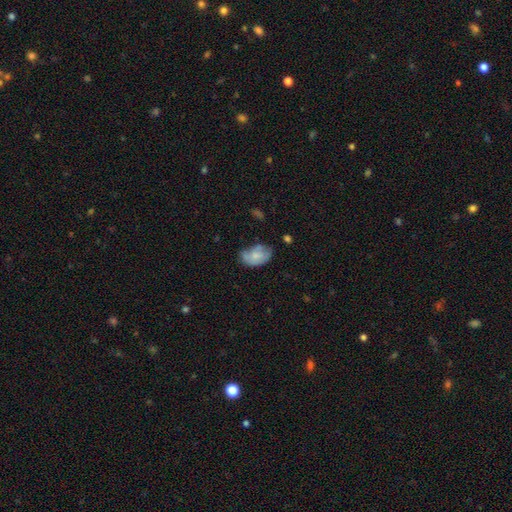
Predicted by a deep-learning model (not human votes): Smooth or featured?
  - smooth: 62% *
  - featured or disk: 30%
  - star or artifact: 8%
How rounded?
  - in between: 88% *
  - round: 11%
  - cigar-shaped: 1%
Merging?
  - none: 44% *
  - minor disturbance: 36%
  - major disturbance: 14%
  - merger: 5%